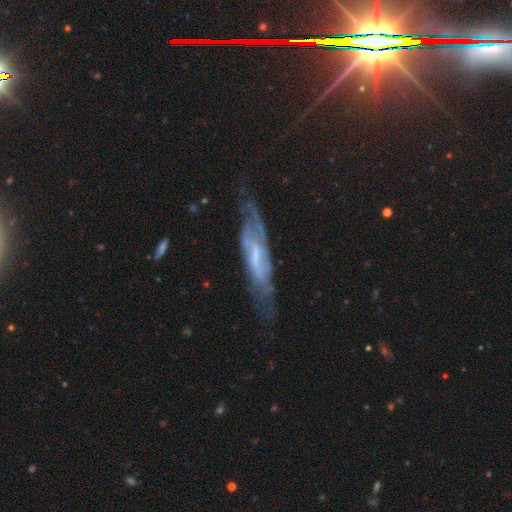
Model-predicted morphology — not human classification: This is likely a featured or disk galaxy (72%). It is likely not viewed edge-on (61%). Merging: likely none (62%).